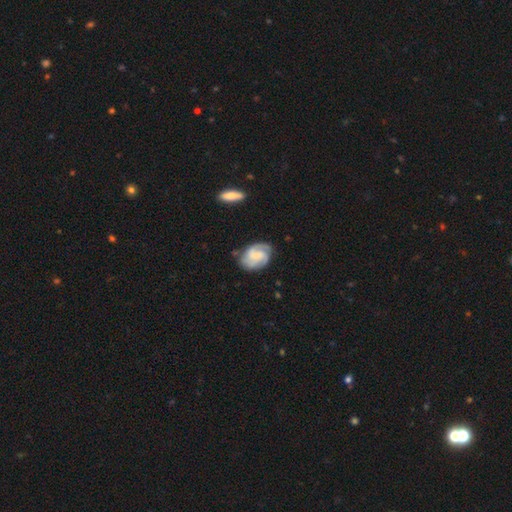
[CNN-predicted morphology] The model was most divided on "spiral winding": medium: 45%, tight: 42%, loose: 14%. Remaining: edge-on disk — no (98%); spiral arms — yes (96%); smooth or featured — featured or disk (78%); merging — none (70%); bulge size — small (50%); spiral arm count — 2 (49%); bar — weak (47%).